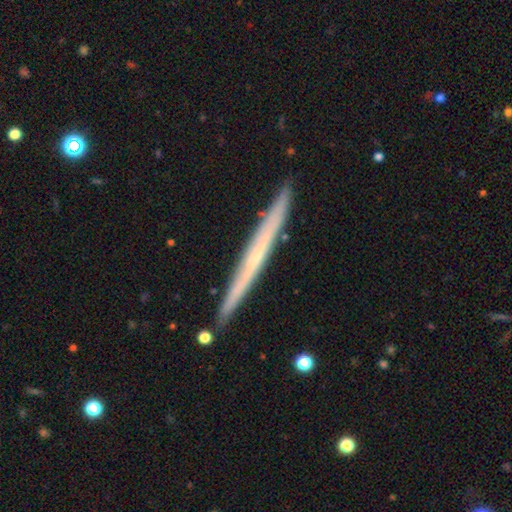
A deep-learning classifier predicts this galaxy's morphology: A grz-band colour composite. It shows a featured or disk galaxy (61%) viewed edge-on (97%) with no central bulge (77%). Merging: none (90%).